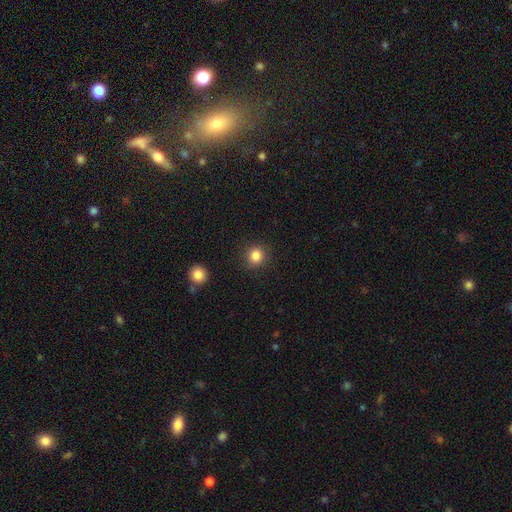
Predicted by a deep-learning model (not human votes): This is clearly a smooth galaxy (84%). How rounded: clearly round (90%). Merging: clearly none (89%).